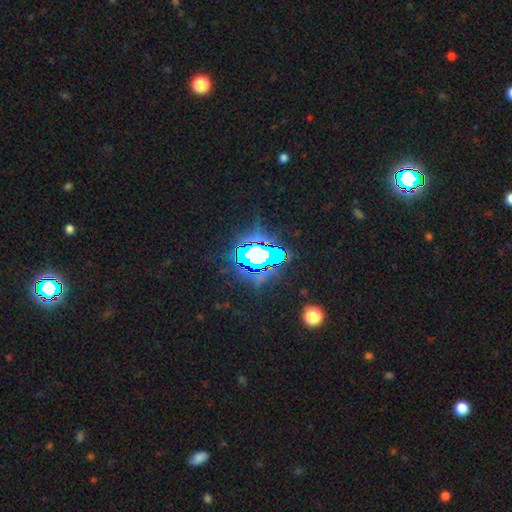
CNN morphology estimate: Smooth or featured: star or artifact — 67% (featured or disk — 18%)